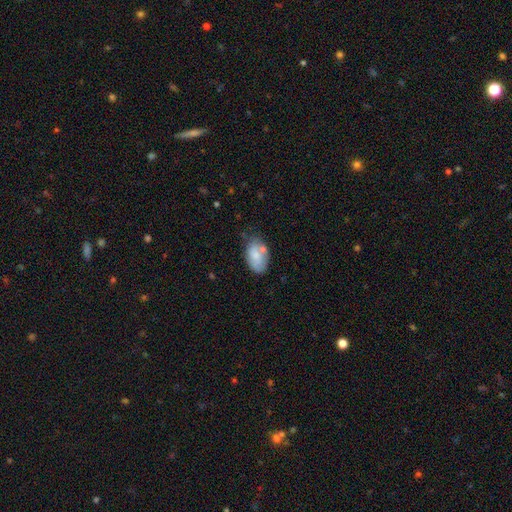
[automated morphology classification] type=smooth (73%); roundness=in between (92%); merging=none (53%).